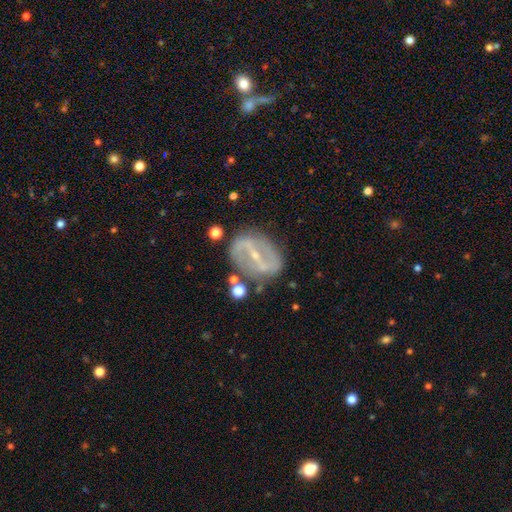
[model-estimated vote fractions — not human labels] Smooth or featured: featured or disk — 83% (smooth — 10%)
Edge-on disk: no — 94% (yes — 6%)
Bar: strong — 69% (weak — 21%)
Spiral arms: yes — 76% (no — 24%)
Spiral winding: medium — 38% (tied with loose — 38%)
Spiral arm count: 2 — 84% (can't tell — 9%)
Bulge size: small — 77% (moderate — 18%)
Merging: none — 72% (minor disturbance — 16%)